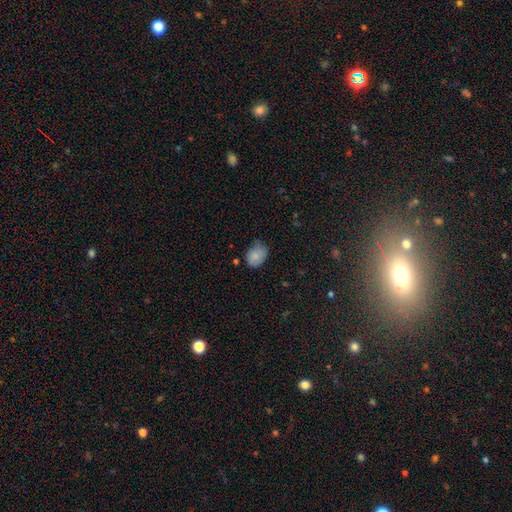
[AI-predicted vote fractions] A smooth galaxy with no disk features (81%) that is in between round and cigar-shaped (58%).

Vote fractions:
- Smooth or featured? smooth: 81% / featured or disk: 11% / star or artifact: 8%
- How rounded? in between: 58% / round: 41% / cigar-shaped: 1%
- Merging? none: 51% / minor disturbance: 39% / major disturbance: 8% / merger: 2%